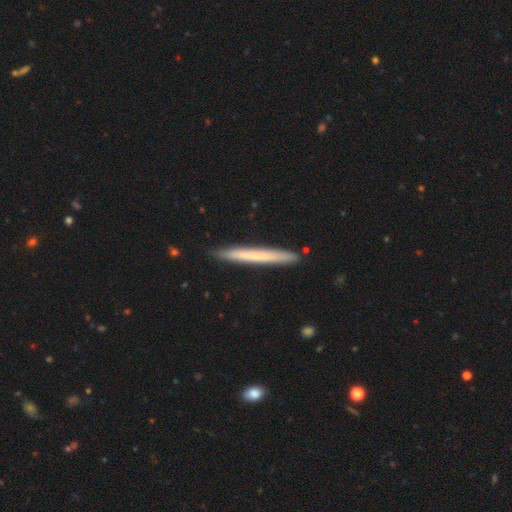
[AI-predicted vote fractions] This appears to be a smooth galaxy with no disk features (58%) that is cigar-shaped (97%). Merging: none (90%).